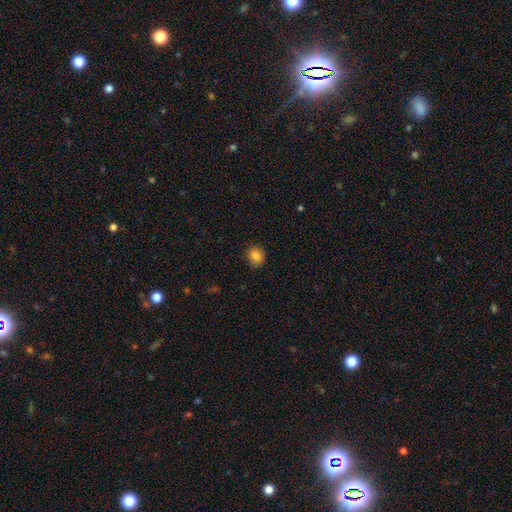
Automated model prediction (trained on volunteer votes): This appears to be a smooth galaxy with no disk features (84%) that is round (69%). Merging: none (85%).